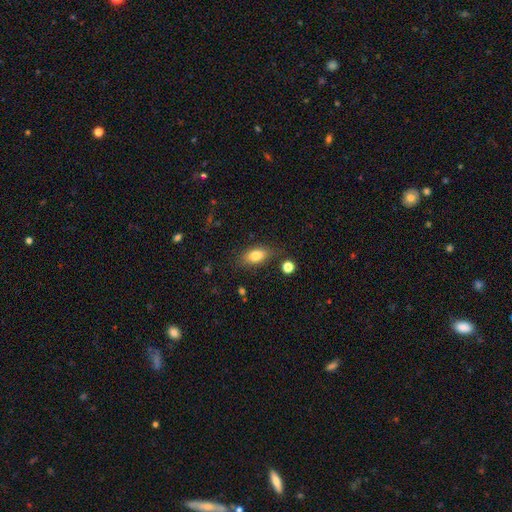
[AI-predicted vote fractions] smooth-or-featured: smooth: 80% | featured or disk: 11% | star or artifact: 9%
  how-rounded: in between: 84% | round: 8% | cigar-shaped: 7%
  merging: none: 77% | minor disturbance: 15% | major disturbance: 4% | merger: 3%